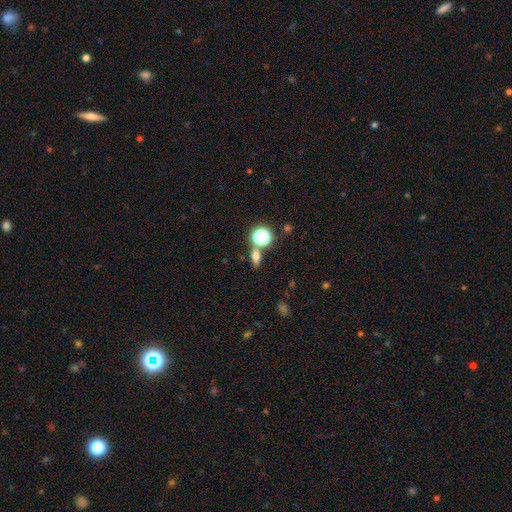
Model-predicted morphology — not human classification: Smooth or featured? smooth (65%)
How rounded? in between (55%)
Merging? none (69%)